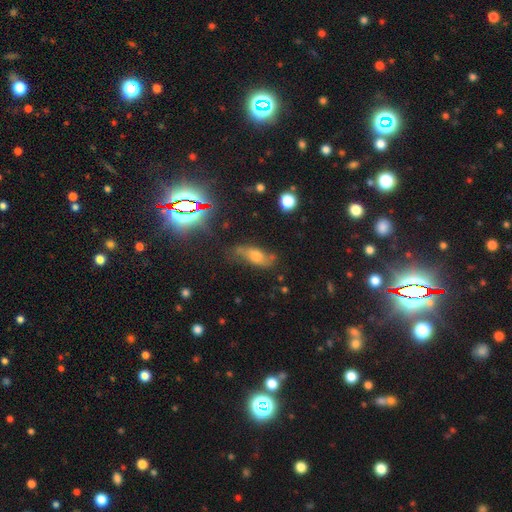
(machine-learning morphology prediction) Smooth or featured? smooth (43%)
Merging? none (53%)